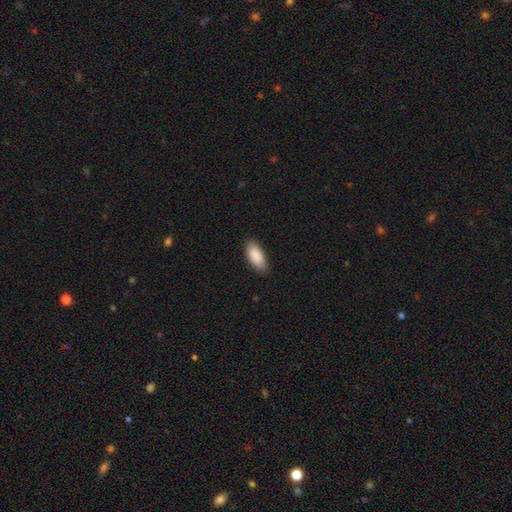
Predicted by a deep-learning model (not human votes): The model was most divided on "merging": none: 85%, minor disturbance: 12%, major disturbance: 2%, merger: 1%. More confident: smooth or featured — smooth (90%); how rounded — in between (87%).